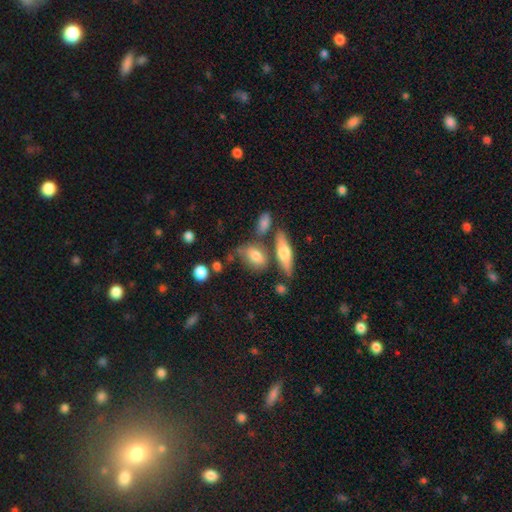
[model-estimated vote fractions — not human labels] smooth_or_featured: smooth (p=0.74) [alt: featured or disk p=0.18]
how_rounded: in between (p=0.75) [alt: round p=0.15]
merging: none (p=0.55) [alt: merger p=0.21]